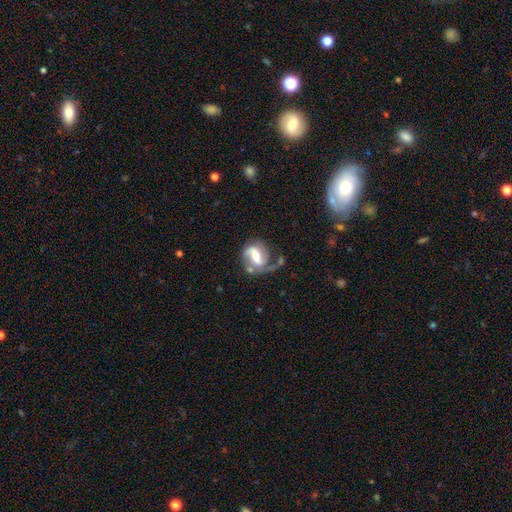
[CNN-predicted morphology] This appears to be a featured or disk galaxy (77%) with a strong bar (44%), 2 (69%) medium (44%) spiral arms (91%) and a moderate central bulge (55%). Merging: none (46%).